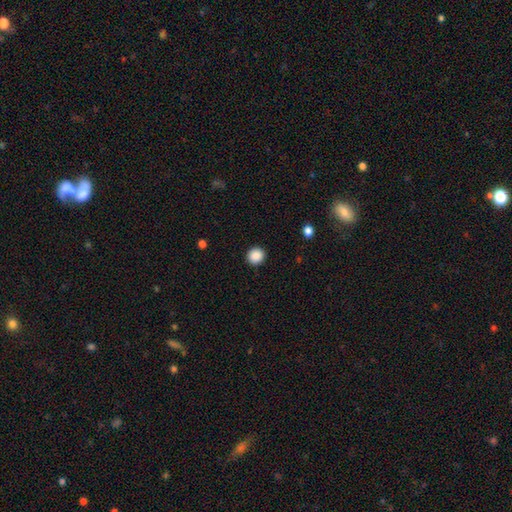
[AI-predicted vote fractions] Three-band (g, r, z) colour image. It shows a smooth galaxy with no disk features (88%) that is round (91%). Merging: none (92%).